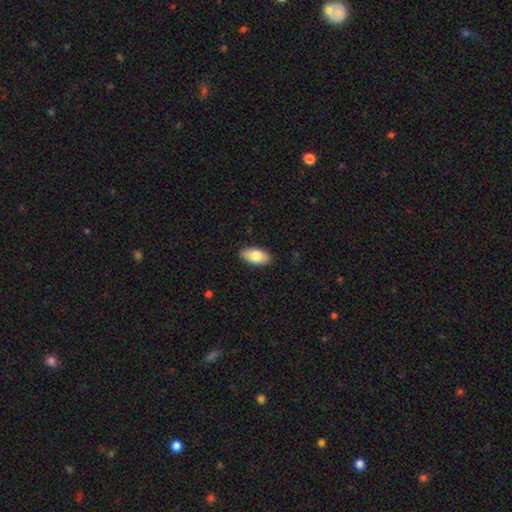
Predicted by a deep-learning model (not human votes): smooth_or_featured: smooth (p=0.81) [alt: featured or disk p=0.13]
how_rounded: in between (p=0.93) [alt: cigar-shaped p=0.04]
merging: none (p=0.89) [alt: minor disturbance p=0.08]